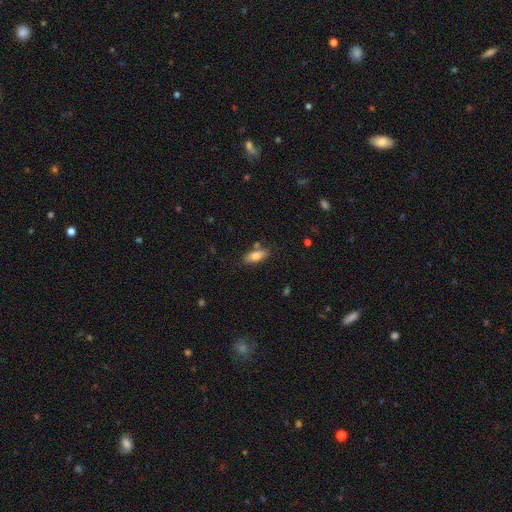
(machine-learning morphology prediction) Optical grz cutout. It shows a smooth galaxy with no disk features (79%) that is in between round and cigar-shaped (77%). Merging: none (74%).